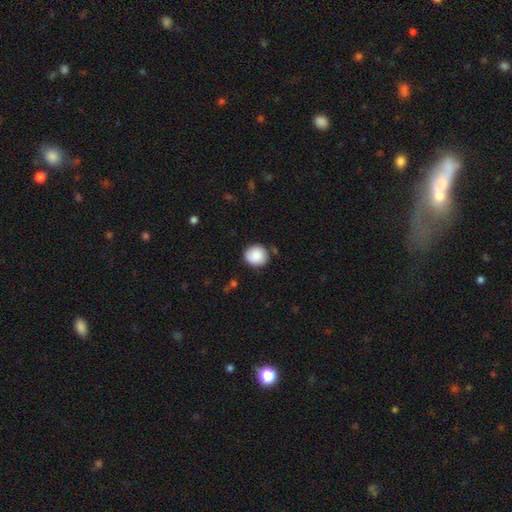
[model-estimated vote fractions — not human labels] smooth 87%, star or artifact 7%, featured or disk 5%. Down the decision tree: how rounded — round (88%); merging — none (83%).